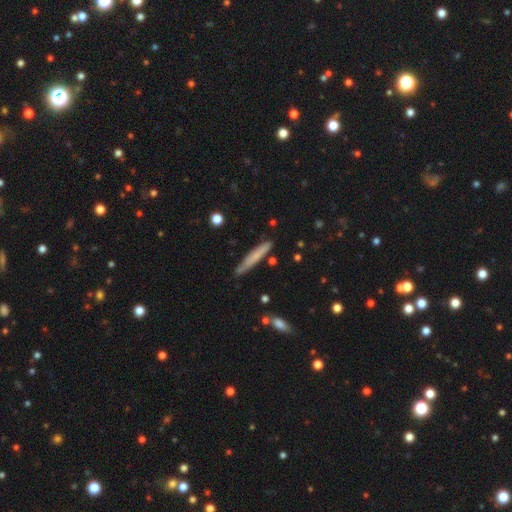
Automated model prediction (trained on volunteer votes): Smooth or featured: smooth — 66% (featured or disk — 28%)
How rounded: cigar-shaped — 94% (in between — 4%)
Merging: none — 81% (minor disturbance — 14%)